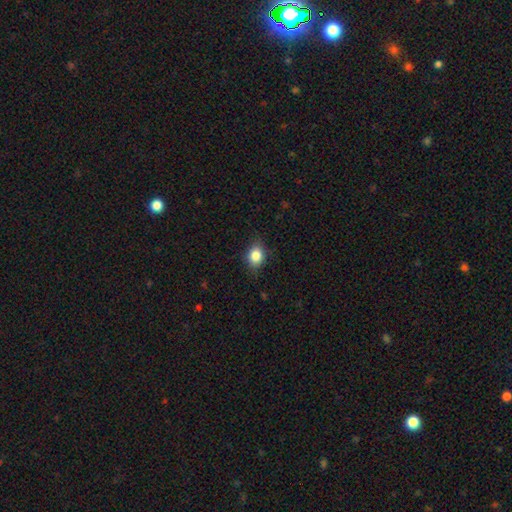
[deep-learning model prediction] smooth-or-featured: smooth: 84% | star or artifact: 10% | featured or disk: 7%
  how-rounded: in between: 54% | round: 44% | cigar-shaped: 1%
  merging: none: 83% | minor disturbance: 14% | major disturbance: 3% | merger: 1%